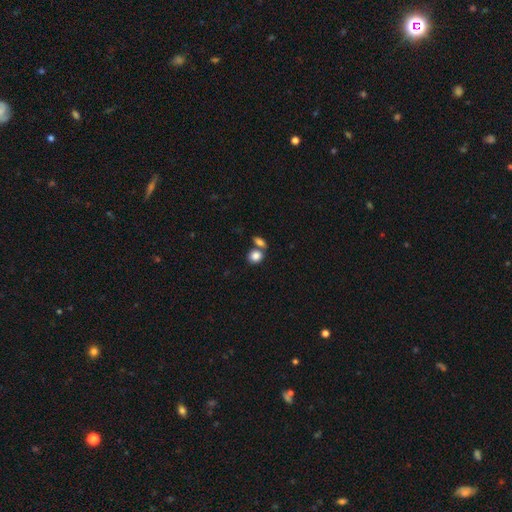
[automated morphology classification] Smooth or featured? smooth (85%)
How rounded? round (60%)
Merging? none (50%)